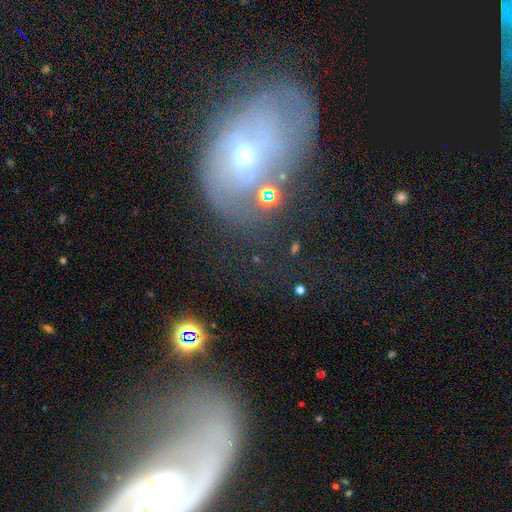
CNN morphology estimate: A featured or disk galaxy (55%) with no bar (68%), spiral arms (62%) and a moderate central bulge (46%). Merging: none (35%).